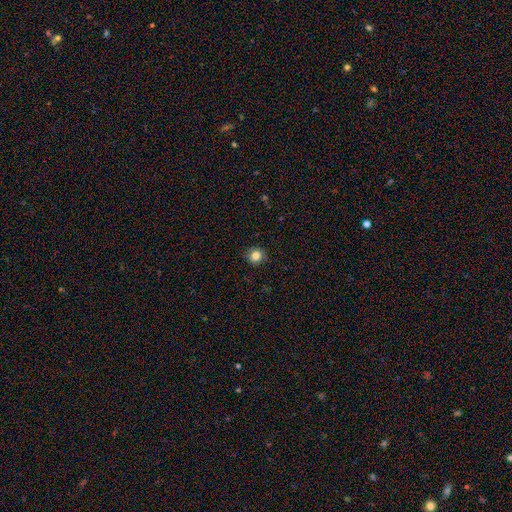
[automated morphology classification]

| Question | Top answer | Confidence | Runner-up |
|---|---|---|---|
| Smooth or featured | smooth | 84% | star or artifact (11%) |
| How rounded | round | 89% | in between (10%) |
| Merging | none | 90% | minor disturbance (7%) |